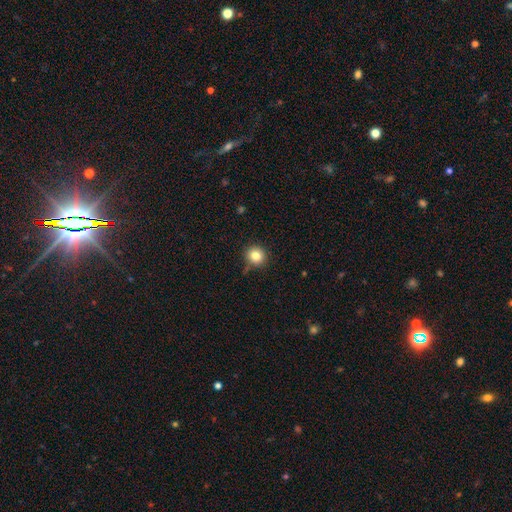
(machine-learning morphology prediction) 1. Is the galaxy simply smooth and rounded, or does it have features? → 82% smooth, 11% star or artifact, 7% featured or disk.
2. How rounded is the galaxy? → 89% round, 10% in between, 1% cigar-shaped.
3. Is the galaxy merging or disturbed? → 83% none, 11% minor disturbance, 3% merger, 3% major disturbance.